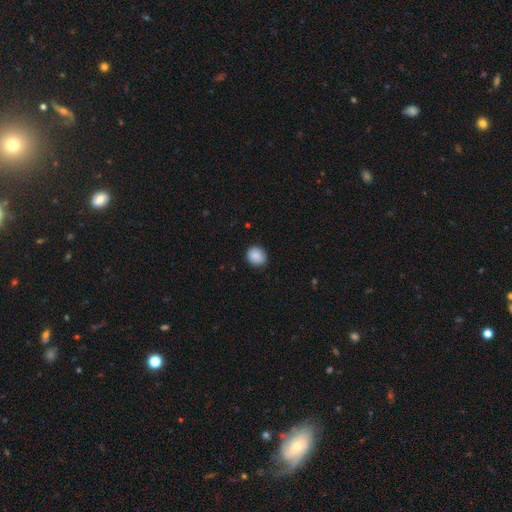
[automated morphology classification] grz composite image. It shows a smooth galaxy with no disk features (89%) that is round (74%). Merging: none (88%).